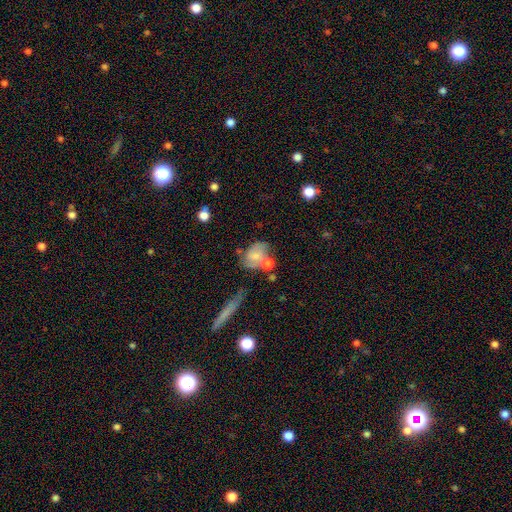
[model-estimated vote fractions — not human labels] Q: Smooth or featured?
A: smooth (52%); runner-up: featured or disk (38%)
Q: How rounded?
A: in between (59%); runner-up: round (38%)
Q: Merging?
A: none (39%); runner-up: merger (28%)